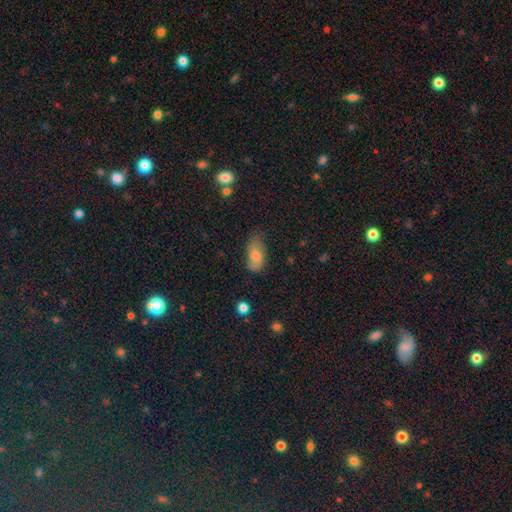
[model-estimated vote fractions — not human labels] Smooth or featured: smooth — 76% (featured or disk — 16%)
How rounded: in between — 91% (cigar-shaped — 5%)
Merging: none — 47% (minor disturbance — 38%)